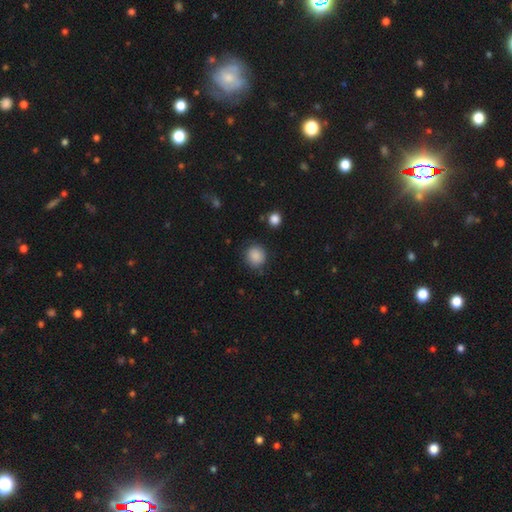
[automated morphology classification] Q: Smooth or featured?
A: smooth (88%); runner-up: star or artifact (9%)
Q: How rounded?
A: round (88%); runner-up: in between (11%)
Q: Merging?
A: none (85%); runner-up: minor disturbance (10%)